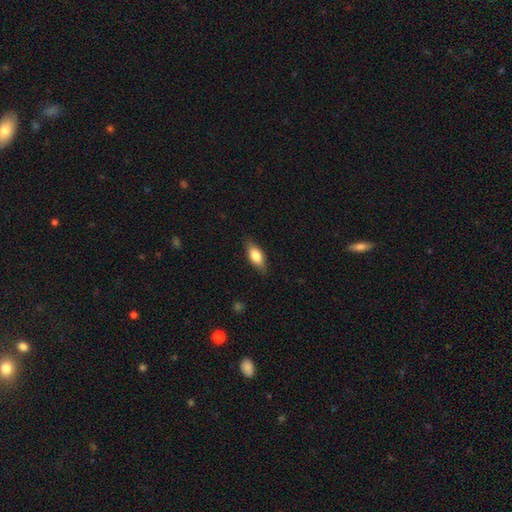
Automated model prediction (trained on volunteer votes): Q: Smooth or featured?
A: smooth (74%); runner-up: featured or disk (20%)
Q: How rounded?
A: in between (78%); runner-up: cigar-shaped (19%)
Q: Merging?
A: none (84%); runner-up: minor disturbance (13%)